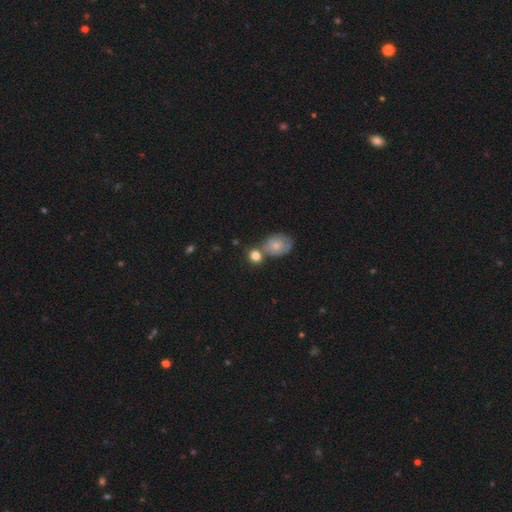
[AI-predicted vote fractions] smooth 77%, featured or disk 12%, star or artifact 10%. Down the decision tree: how rounded — round (71%); merging — none (53%).